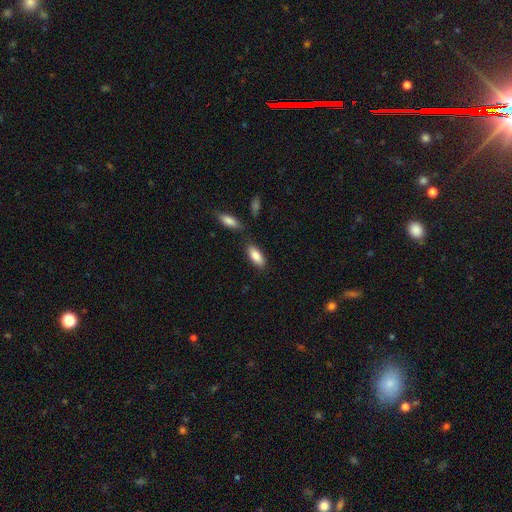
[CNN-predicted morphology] smooth 85%, featured or disk 8%, star or artifact 6%. Down the decision tree: how rounded — in between (81%); merging — none (75%).